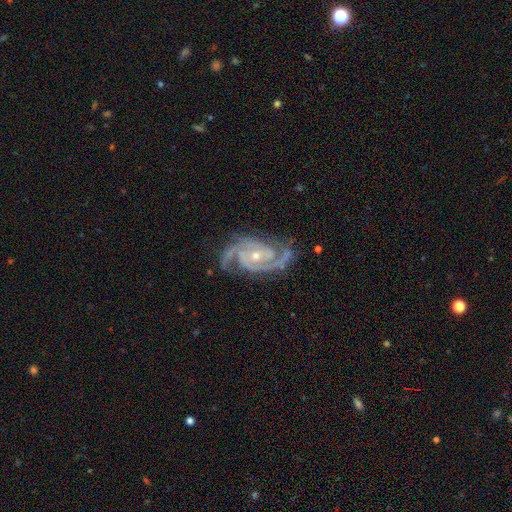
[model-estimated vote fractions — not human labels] smooth_or_featured: featured or disk (p=0.93) [alt: star or artifact p=0.04]
disk_edge_on: no (p=0.98) [alt: yes p=0.02]
bar: no (p=0.58) [alt: weak p=0.28]
has_spiral_arms: yes (p=0.99) [alt: no p=0.01]
spiral_winding: tight (p=0.49) [alt: medium p=0.45]
spiral_arm_count: 2 (p=0.42) [alt: 3 p=0.41]
bulge_size: small (p=0.59) [alt: moderate p=0.39]
merging: none (p=0.74) [alt: minor disturbance p=0.18]